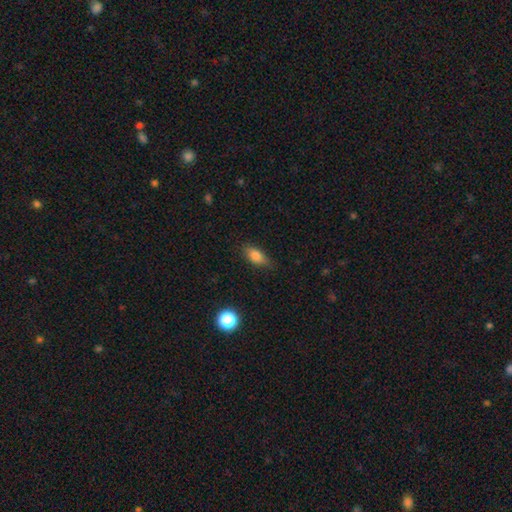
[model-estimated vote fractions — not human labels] A smooth galaxy with no disk features (81%) that is in between round and cigar-shaped (83%).

Vote fractions:
- Smooth or featured? smooth: 81% / featured or disk: 10% / star or artifact: 9%
- How rounded? in between: 83% / cigar-shaped: 11% / round: 5%
- Merging? none: 80% / minor disturbance: 16% / major disturbance: 3% / merger: 1%